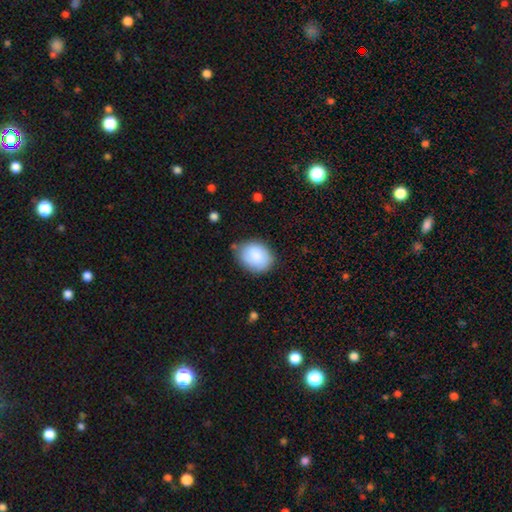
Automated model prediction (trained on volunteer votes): Smooth or featured?
  - smooth: 87% *
  - featured or disk: 7%
  - star or artifact: 6%
How rounded?
  - in between: 62% *
  - round: 37%
  - cigar-shaped: 1%
Merging?
  - none: 75% *
  - minor disturbance: 19%
  - major disturbance: 4%
  - merger: 2%